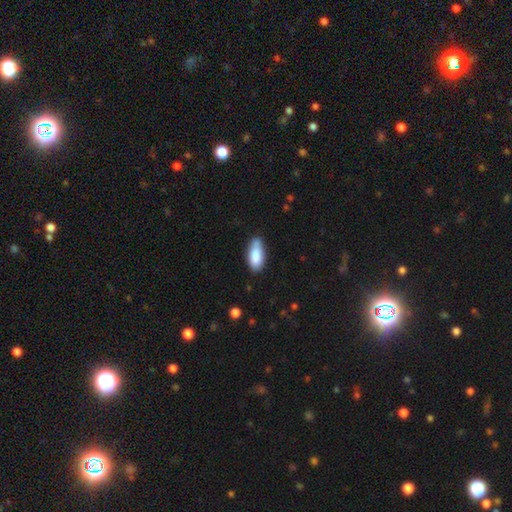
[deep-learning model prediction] Smooth or featured?
  - smooth: 85% *
  - featured or disk: 9%
  - star or artifact: 6%
How rounded?
  - in between: 82% *
  - cigar-shaped: 16%
  - round: 2%
Merging?
  - none: 70% *
  - minor disturbance: 22%
  - major disturbance: 4%
  - merger: 4%